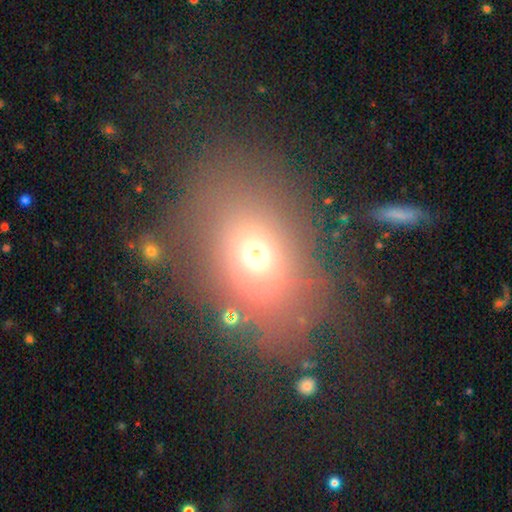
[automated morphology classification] Smooth or featured? Predicted: smooth (p=0.65). How rounded? Predicted: in between (p=0.58). Merging? Predicted: none (p=0.66).